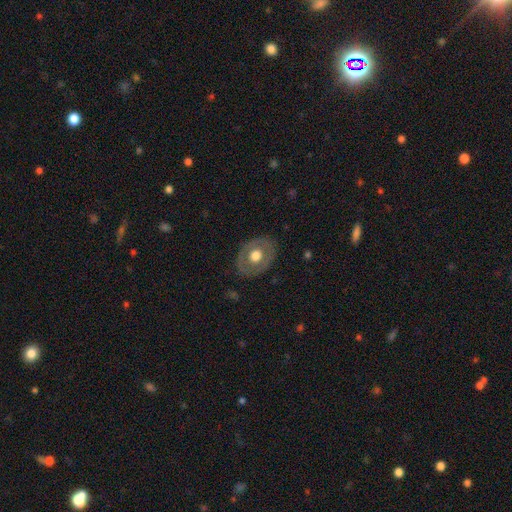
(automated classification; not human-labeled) Overall: smooth (52%; featured or disk 42%). How rounded: in between (63%; round 36%). Merging: none (83%).